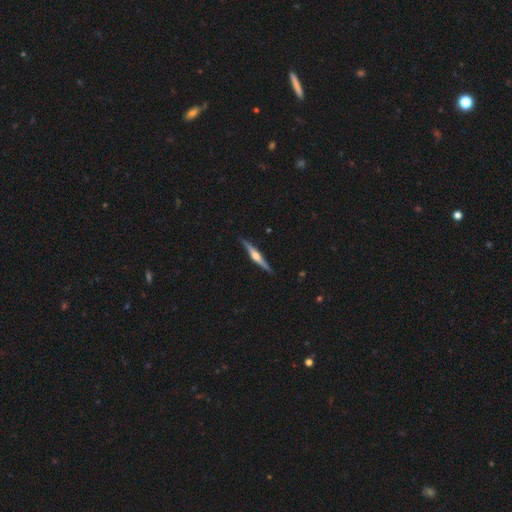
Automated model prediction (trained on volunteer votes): This appears to be a featured or disk galaxy (77%) viewed edge-on (98%) with a rounded central bulge (92%). Merging: none (91%).